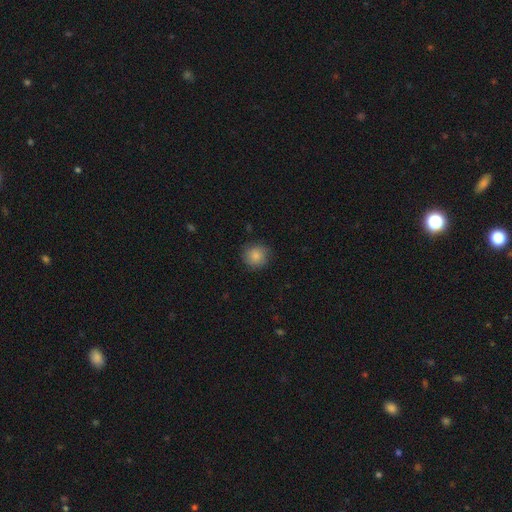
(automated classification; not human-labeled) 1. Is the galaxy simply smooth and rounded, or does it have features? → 86% smooth, 9% star or artifact, 6% featured or disk.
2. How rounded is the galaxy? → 92% round, 7% in between, 1% cigar-shaped.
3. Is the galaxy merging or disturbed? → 86% none, 11% minor disturbance, 3% major disturbance, 1% merger.